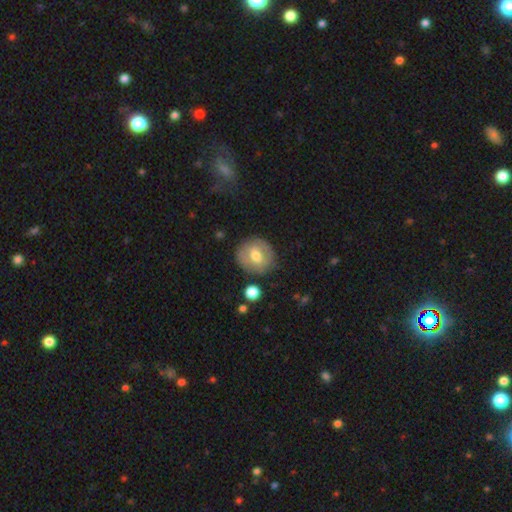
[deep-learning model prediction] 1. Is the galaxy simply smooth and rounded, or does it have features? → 58% smooth, 34% featured or disk, 7% star or artifact.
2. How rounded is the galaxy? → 83% round, 15% in between, 1% cigar-shaped.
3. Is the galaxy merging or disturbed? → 81% none, 13% minor disturbance, 4% major disturbance, 3% merger.